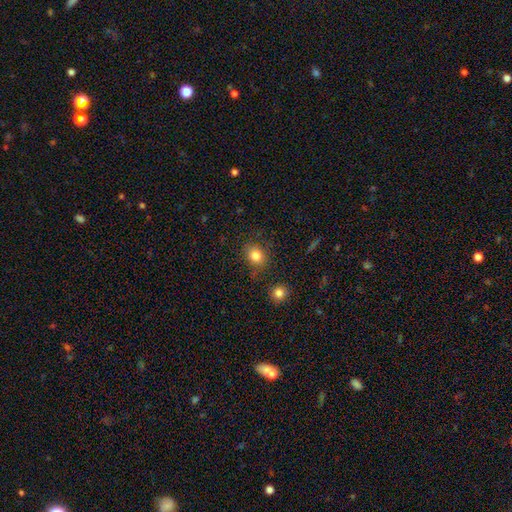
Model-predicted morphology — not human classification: Overall: smooth (83%). How rounded: round (66%; in between 33%). Merging: none (79%).